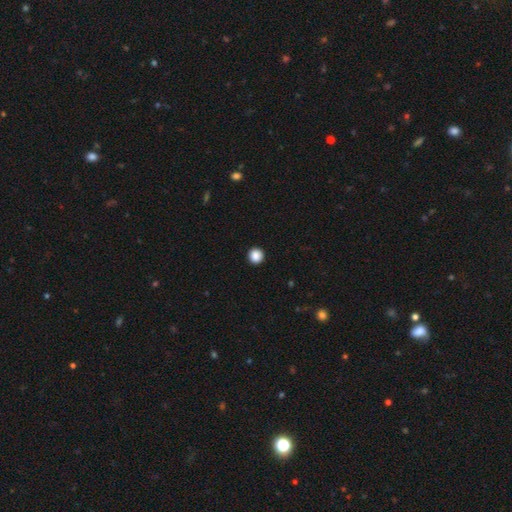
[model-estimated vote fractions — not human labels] Smooth or featured?
  - smooth: 87% *
  - star or artifact: 10%
  - featured or disk: 3%
How rounded?
  - round: 96% *
  - in between: 3%
  - cigar-shaped: 1%
Merging?
  - none: 94% *
  - minor disturbance: 4%
  - major disturbance: 1%
  - merger: 1%